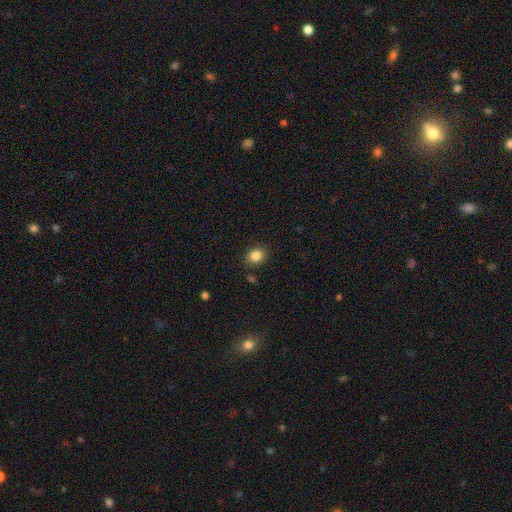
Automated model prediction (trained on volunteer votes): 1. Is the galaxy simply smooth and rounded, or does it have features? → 84% smooth, 11% star or artifact, 5% featured or disk.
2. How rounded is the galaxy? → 62% round, 37% in between, 1% cigar-shaped.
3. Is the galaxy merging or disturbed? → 86% none, 9% minor disturbance, 2% major disturbance, 2% merger.